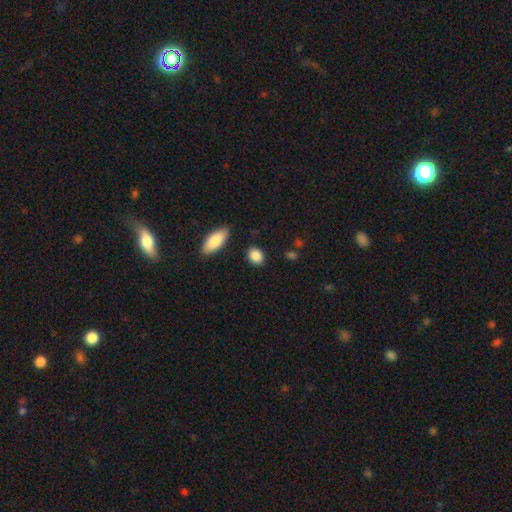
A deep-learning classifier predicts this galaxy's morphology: A smooth galaxy with no disk features (89%) that is in between round and cigar-shaped (60%).

Vote fractions:
- Smooth or featured? smooth: 89% / star or artifact: 7% / featured or disk: 4%
- How rounded? in between: 60% / round: 38% / cigar-shaped: 2%
- Merging? none: 86% / minor disturbance: 9% / merger: 3% / major disturbance: 3%